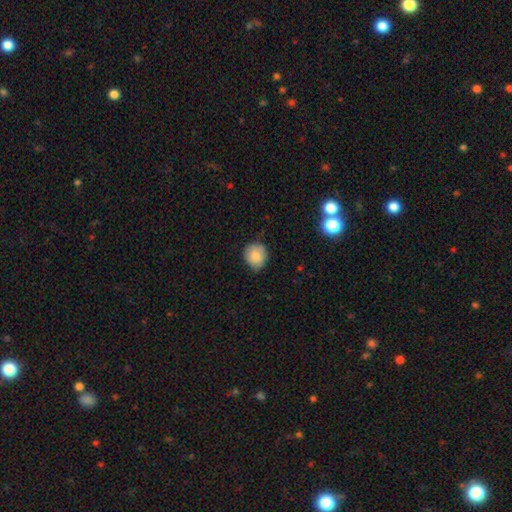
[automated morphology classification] This is clearly a smooth galaxy (85%). How rounded: clearly round (80%). Merging: likely none (74%).